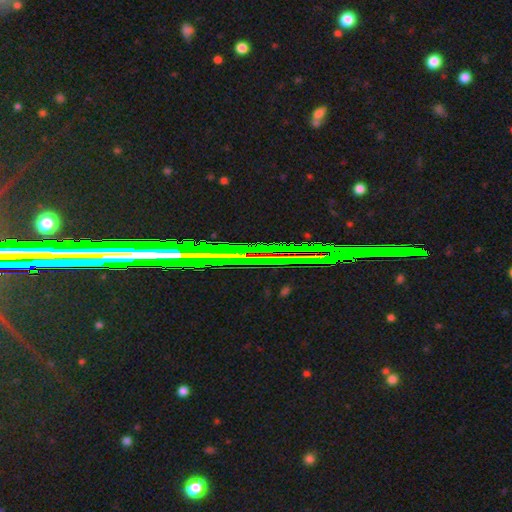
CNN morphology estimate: Smooth or featured: star or artifact — 76% (featured or disk — 15%)